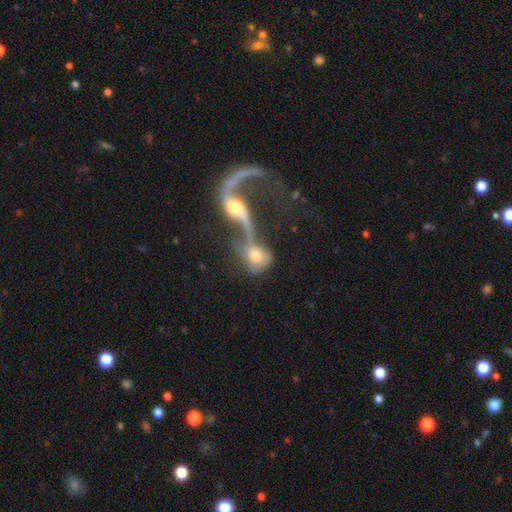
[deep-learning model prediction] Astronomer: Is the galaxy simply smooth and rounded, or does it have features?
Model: featured or disk — 46% (runner-up: smooth, 43%).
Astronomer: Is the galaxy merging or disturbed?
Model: merger — 62%.